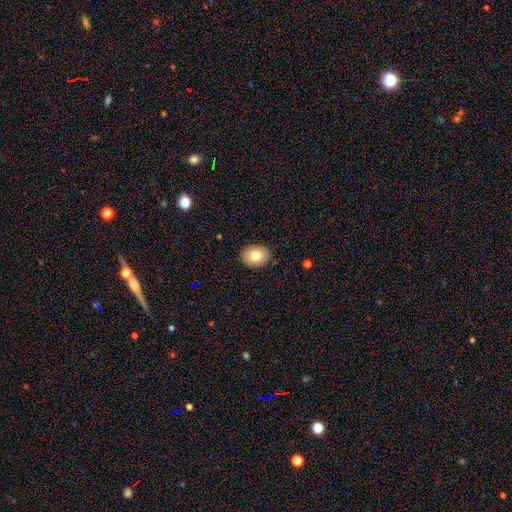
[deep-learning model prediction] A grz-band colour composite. It shows a smooth galaxy with no disk features (79%) that is in between round and cigar-shaped (55%). Merging: none (89%).